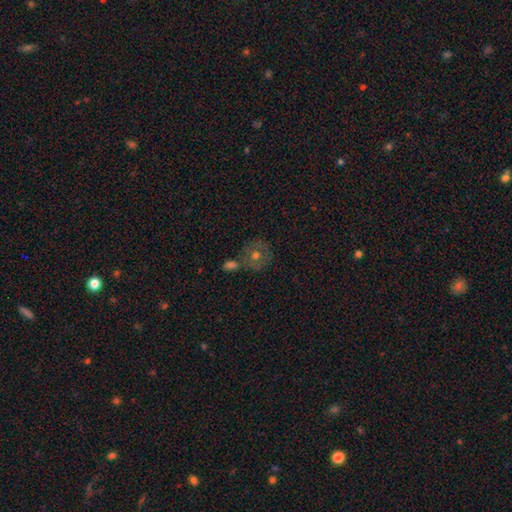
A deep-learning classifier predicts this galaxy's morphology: A smooth galaxy with no disk features (49%).

Vote fractions:
- Smooth or featured? smooth: 49% / featured or disk: 35% / star or artifact: 16%
- Merging? none: 63% / merger: 20% / minor disturbance: 12% / major disturbance: 5%